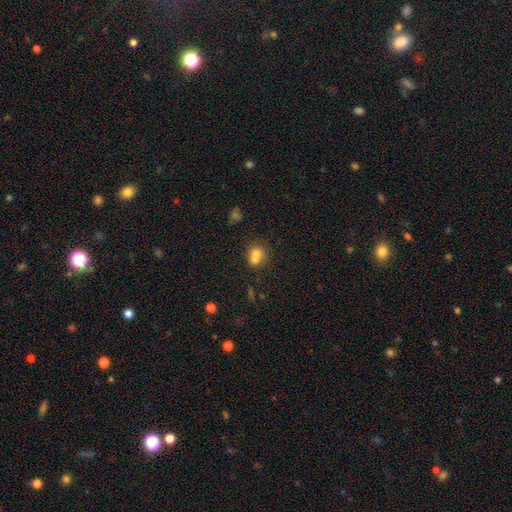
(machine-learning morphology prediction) The model was most divided on "how rounded": round: 65%, in between: 33%, cigar-shaped: 1%. More confident: smooth or featured — smooth (69%); merging — merger (62%).